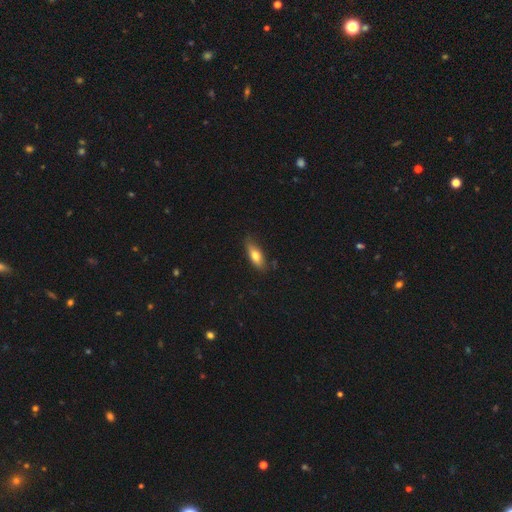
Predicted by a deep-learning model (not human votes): Overall: smooth (70%). How rounded: in between (67%; cigar-shaped 30%). Merging: none (72%).